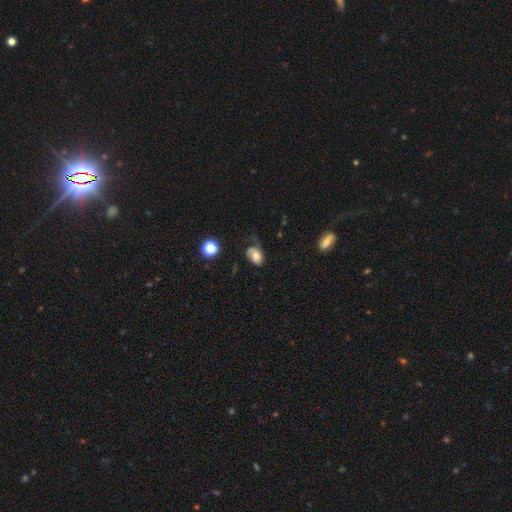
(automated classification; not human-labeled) This appears to be a smooth galaxy with no disk features (48%). Merging: none (35%).